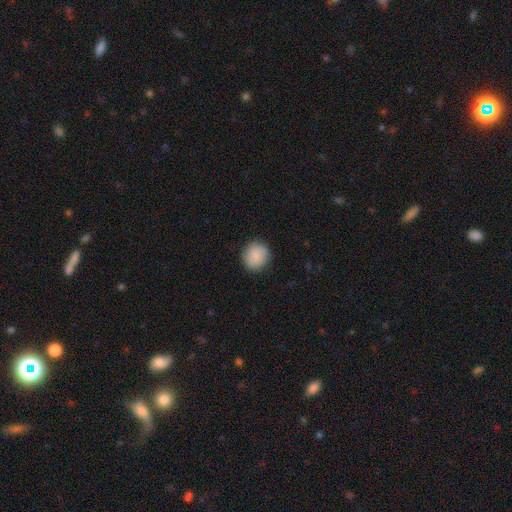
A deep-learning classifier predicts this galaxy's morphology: Q: Smooth or featured?
A: smooth (88%); runner-up: star or artifact (7%)
Q: How rounded?
A: round (88%); runner-up: in between (11%)
Q: Merging?
A: none (87%); runner-up: minor disturbance (10%)